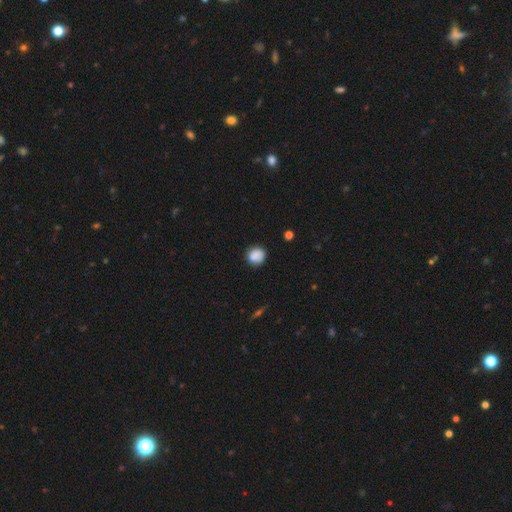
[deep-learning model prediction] Smooth or featured?
  - smooth: 85% *
  - star or artifact: 9%
  - featured or disk: 6%
How rounded?
  - round: 89% *
  - in between: 10%
  - cigar-shaped: 1%
Merging?
  - none: 80% *
  - minor disturbance: 15%
  - major disturbance: 3%
  - merger: 2%